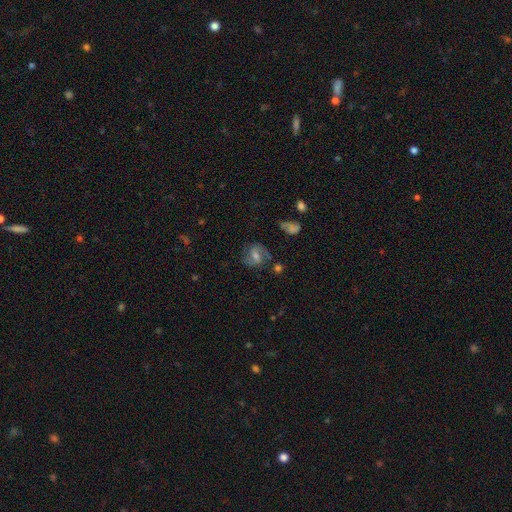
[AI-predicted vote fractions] Morphology: type=featured or disk (69%); edge-on=no (97%); bar=weak (49%); spiral arms=yes (90%); winding=medium (51%); arm count=2 (84%); bulge=moderate (56%); merging=none (72%).